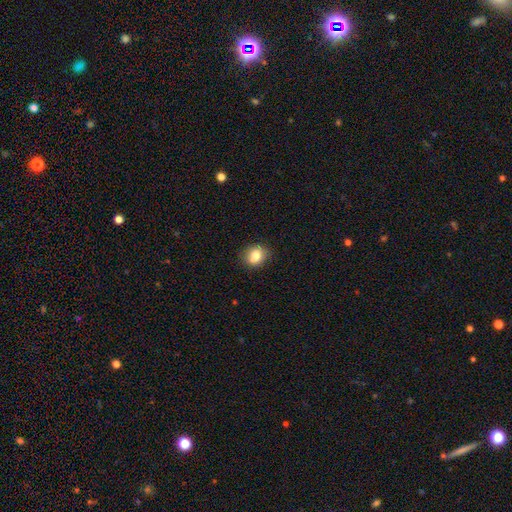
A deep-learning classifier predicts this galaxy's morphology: type=smooth (81%); roundness=round (67%); merging=none (79%).